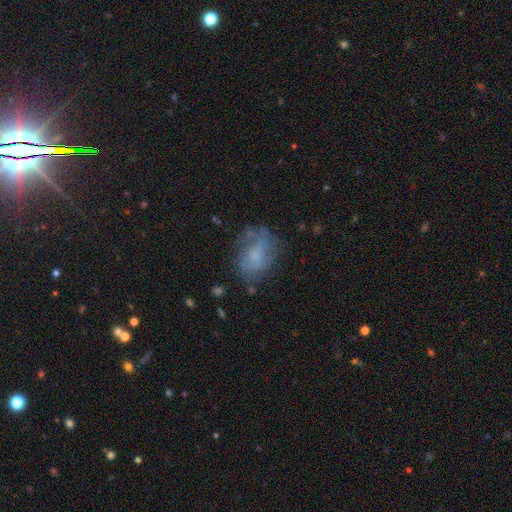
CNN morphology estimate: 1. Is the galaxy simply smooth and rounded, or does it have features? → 46% featured or disk, 44% smooth, 10% star or artifact.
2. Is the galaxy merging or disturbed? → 57% none, 24% minor disturbance, 16% major disturbance, 3% merger.